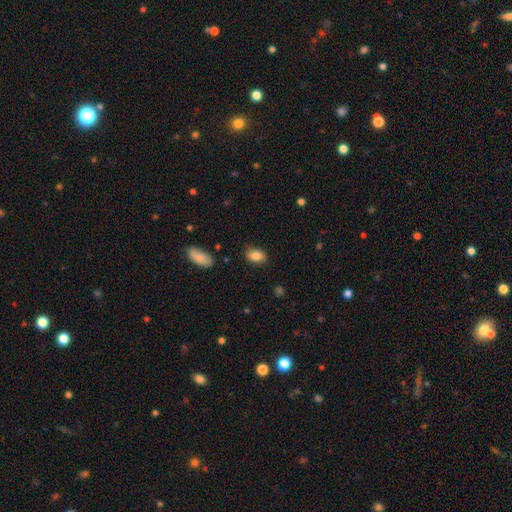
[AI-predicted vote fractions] Smooth or featured: smooth — 85% (star or artifact — 8%)
How rounded: in between — 86% (round — 12%)
Merging: none — 79% (minor disturbance — 16%)